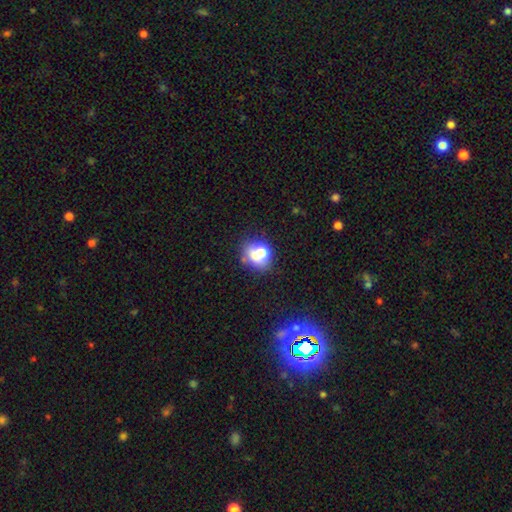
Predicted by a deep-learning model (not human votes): This is likely a smooth galaxy (62%). How rounded: likely round (60%). Merging: marginally none (40%).